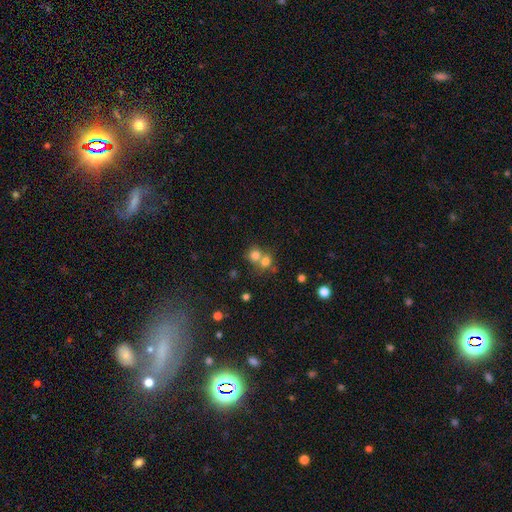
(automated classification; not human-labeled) The model was most divided on "merging": merger: 55%, none: 35%, minor disturbance: 6%, major disturbance: 3%. More confident: how rounded — round (76%); smooth or featured — smooth (75%).